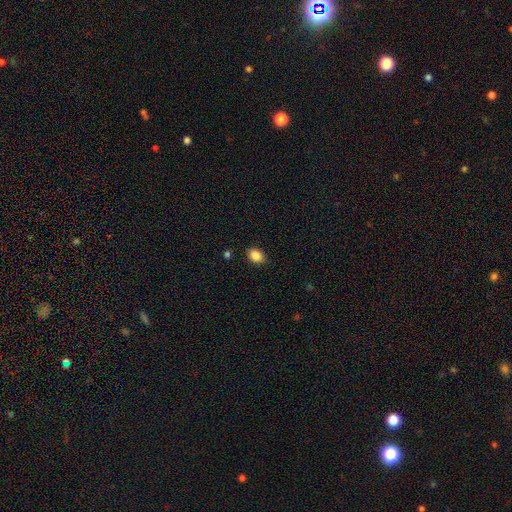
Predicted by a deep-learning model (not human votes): A smooth galaxy with no disk features (87%) that is in between round and cigar-shaped (73%).

Vote fractions:
- Smooth or featured? smooth: 87% / star or artifact: 9% / featured or disk: 4%
- How rounded? in between: 73% / round: 26% / cigar-shaped: 1%
- Merging? none: 88% / minor disturbance: 9% / major disturbance: 2% / merger: 1%